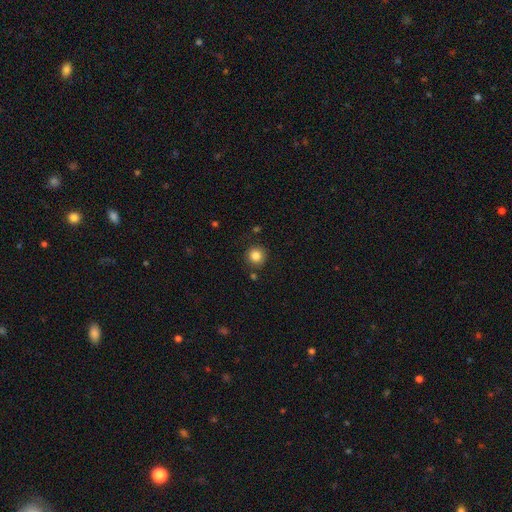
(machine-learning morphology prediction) Smooth or featured?
  - smooth: 84% *
  - star or artifact: 11%
  - featured or disk: 5%
How rounded?
  - round: 93% *
  - in between: 6%
  - cigar-shaped: 1%
Merging?
  - none: 86% *
  - minor disturbance: 8%
  - merger: 3%
  - major disturbance: 3%